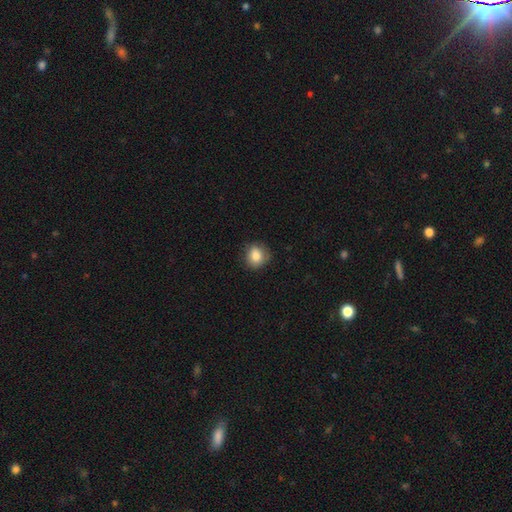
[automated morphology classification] Q: Smooth or featured?
A: smooth (84%); runner-up: star or artifact (9%)
Q: How rounded?
A: round (79%); runner-up: in between (20%)
Q: Merging?
A: none (79%); runner-up: minor disturbance (16%)